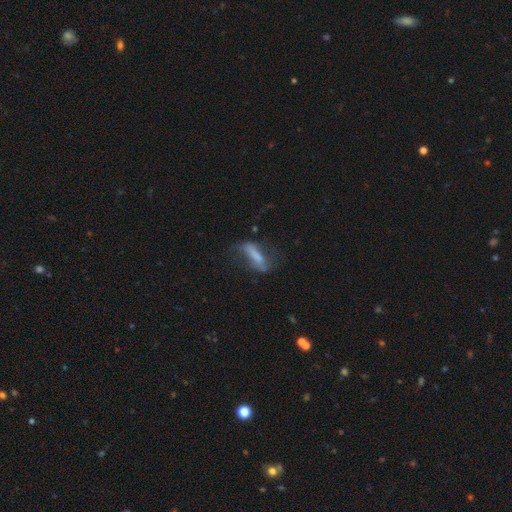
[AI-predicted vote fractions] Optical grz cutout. It shows a smooth galaxy with no disk features (47%). Merging: none (43%).